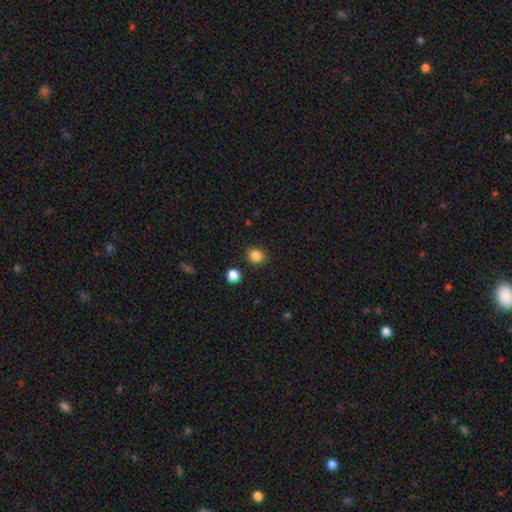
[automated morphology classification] smooth-or-featured: smooth: 85% | star or artifact: 11% | featured or disk: 4%
  how-rounded: round: 81% | in between: 18% | cigar-shaped: 1%
  merging: none: 89% | minor disturbance: 6% | merger: 2% | major disturbance: 2%